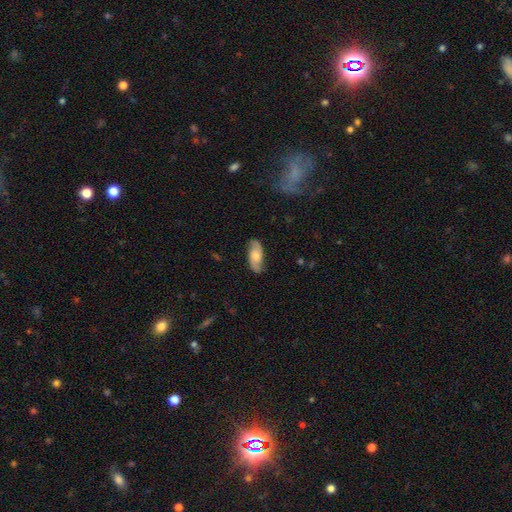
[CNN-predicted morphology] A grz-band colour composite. It shows a featured or disk galaxy (64%) with no bar (66%), 2 (89%) medium (41%) spiral arms (92%) and a moderate central bulge (46%). Merging: none (79%).